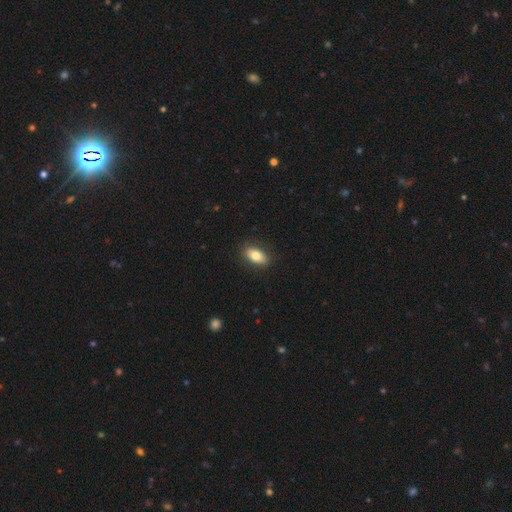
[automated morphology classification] Smooth or featured?
  - smooth: 79% *
  - featured or disk: 14%
  - star or artifact: 7%
How rounded?
  - in between: 88% *
  - cigar-shaped: 6%
  - round: 6%
Merging?
  - none: 87% *
  - minor disturbance: 9%
  - major disturbance: 2%
  - merger: 1%